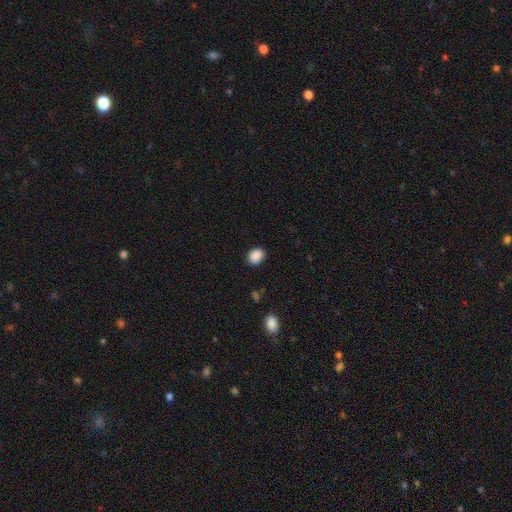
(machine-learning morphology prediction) smooth-or-featured: smooth: 89% | star or artifact: 8% | featured or disk: 3%
  how-rounded: round: 50% | in between: 49% | cigar-shaped: 1%
  merging: none: 86% | minor disturbance: 10% | major disturbance: 3% | merger: 1%